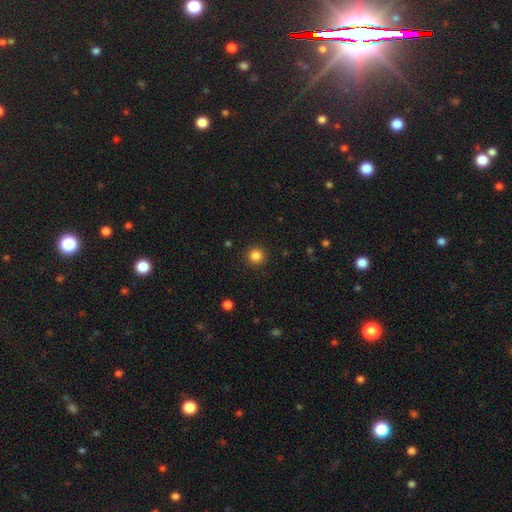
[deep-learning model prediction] This is clearly a smooth galaxy (85%). How rounded: clearly round (94%). Merging: clearly none (91%).